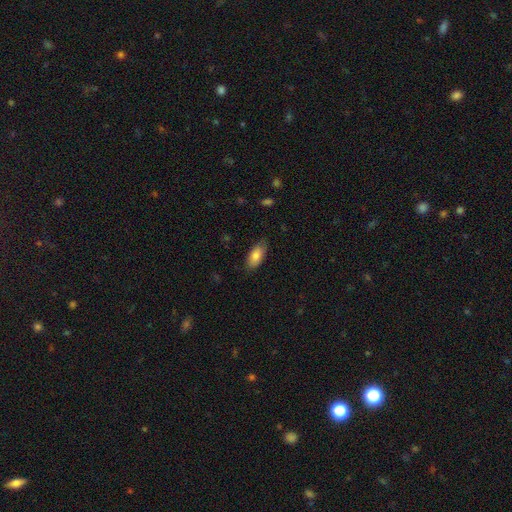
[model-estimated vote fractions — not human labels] A smooth galaxy with no disk features (80%) that is in between round and cigar-shaped (89%).

Vote fractions:
- Smooth or featured? smooth: 80% / featured or disk: 14% / star or artifact: 6%
- How rounded? in between: 89% / cigar-shaped: 8% / round: 3%
- Merging? none: 80% / minor disturbance: 16% / major disturbance: 3% / merger: 1%